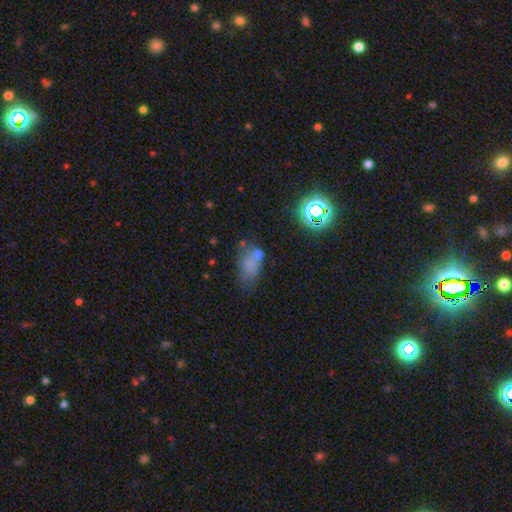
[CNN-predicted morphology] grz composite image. It shows a smooth galaxy with no disk features (58%) that is in between round and cigar-shaped (81%). Merging: none (42%).